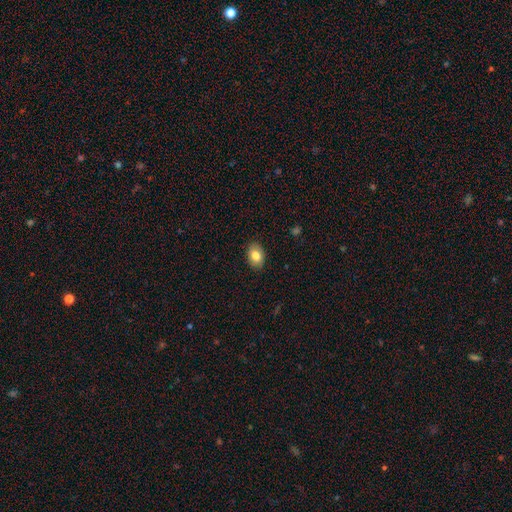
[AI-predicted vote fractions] Smooth or featured? Predicted: smooth (p=0.82). How rounded? Predicted: in between (p=0.83). Merging? Predicted: none (p=0.89).